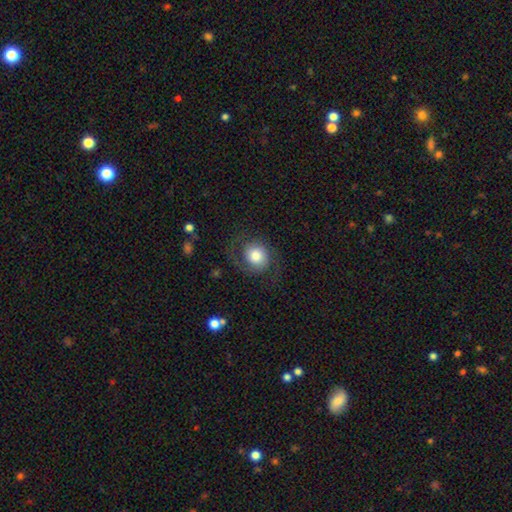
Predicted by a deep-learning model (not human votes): Morphology: type=featured or disk (54%); edge-on=no (98%); bar=no (78%); spiral arms=yes (88%); bulge=large (40%); merging=none (70%).